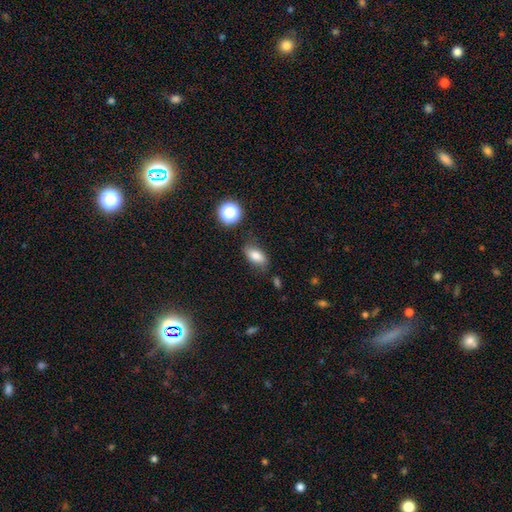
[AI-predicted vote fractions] Smooth or featured: smooth — 77% (featured or disk — 12%)
How rounded: in between — 85% (round — 9%)
Merging: none — 73% (minor disturbance — 19%)